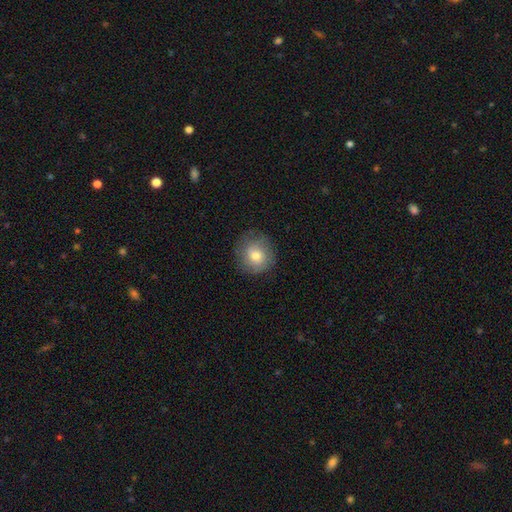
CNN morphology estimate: A smooth galaxy with no disk features (75%) that is round (90%).

Vote fractions:
- Smooth or featured? smooth: 75% / featured or disk: 16% / star or artifact: 9%
- How rounded? round: 90% / in between: 9% / cigar-shaped: 1%
- Merging? none: 80% / minor disturbance: 14% / major disturbance: 5% / merger: 1%